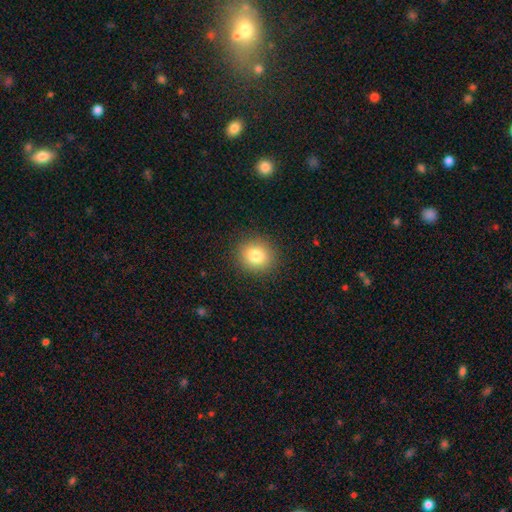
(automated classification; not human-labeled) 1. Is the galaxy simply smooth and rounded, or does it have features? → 83% smooth, 10% star or artifact, 7% featured or disk.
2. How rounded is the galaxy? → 83% round, 16% in between, 1% cigar-shaped.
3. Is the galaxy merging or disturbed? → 89% none, 7% minor disturbance, 2% major disturbance, 1% merger.